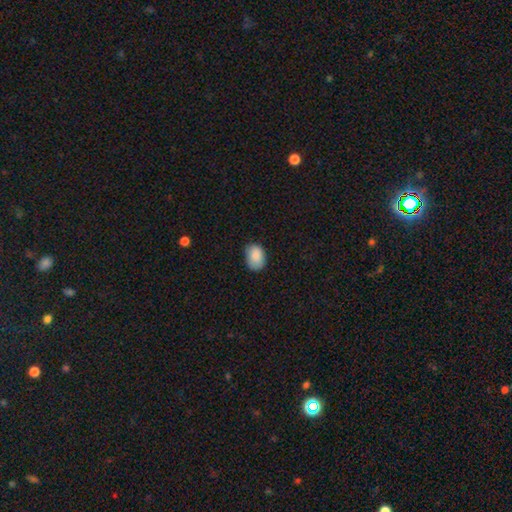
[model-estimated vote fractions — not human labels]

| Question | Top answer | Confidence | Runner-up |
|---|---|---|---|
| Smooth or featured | smooth | 88% | star or artifact (7%) |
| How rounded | in between | 80% | round (19%) |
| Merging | none | 70% | minor disturbance (25%) |